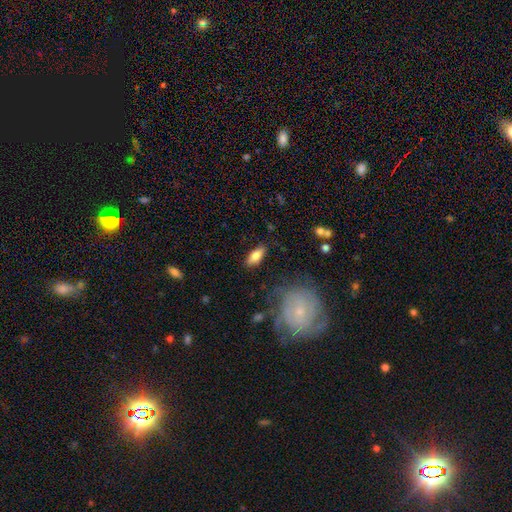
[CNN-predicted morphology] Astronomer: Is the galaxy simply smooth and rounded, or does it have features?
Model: smooth — 78%.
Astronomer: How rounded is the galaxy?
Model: in between — 78%.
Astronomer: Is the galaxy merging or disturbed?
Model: none — 83%.